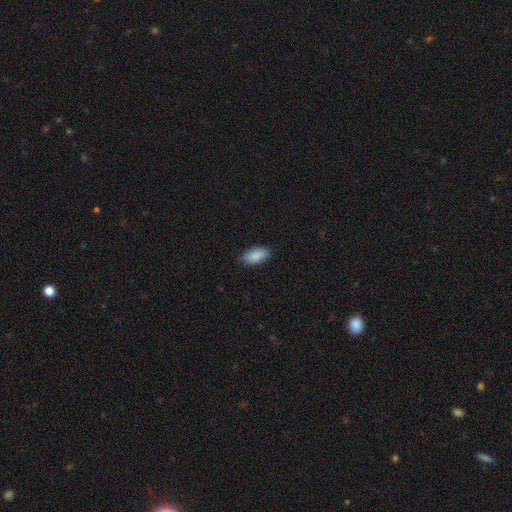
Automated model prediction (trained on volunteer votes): Smooth or featured? smooth (88%)
How rounded? in between (91%)
Merging? none (81%)